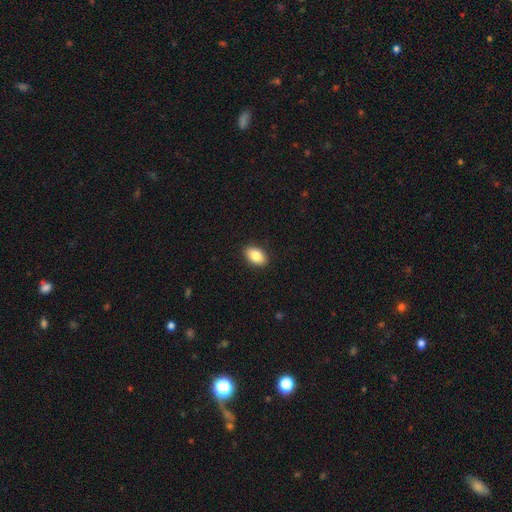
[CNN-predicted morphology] smooth 84%, featured or disk 9%, star or artifact 7%. Down the decision tree: how rounded — in between (90%); merging — none (90%).